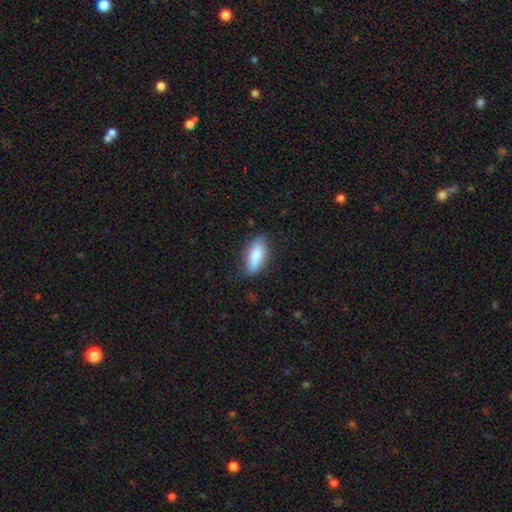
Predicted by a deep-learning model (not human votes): The model was most divided on "merging": none: 77%, minor disturbance: 18%, major disturbance: 4%, merger: 1%. More confident: smooth or featured — smooth (82%); how rounded — in between (79%).